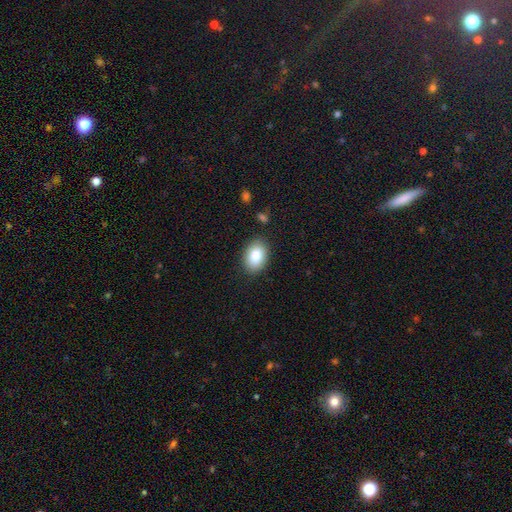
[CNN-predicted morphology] Q: Smooth or featured?
A: smooth (84%); runner-up: featured or disk (9%)
Q: How rounded?
A: in between (84%); runner-up: round (15%)
Q: Merging?
A: none (86%); runner-up: minor disturbance (10%)